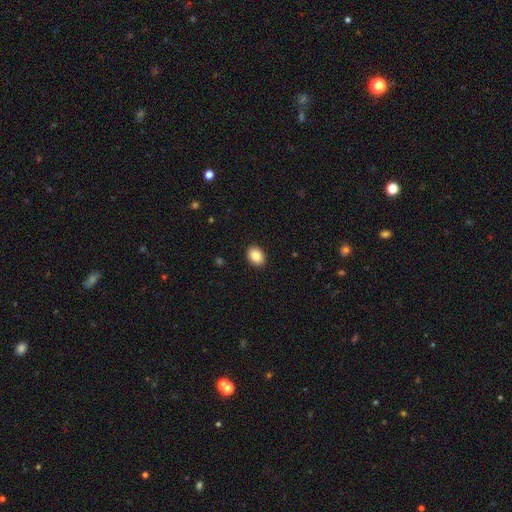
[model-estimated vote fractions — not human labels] Smooth or featured: smooth — 87% (star or artifact — 8%)
How rounded: in between — 72% (round — 27%)
Merging: none — 91% (minor disturbance — 6%)